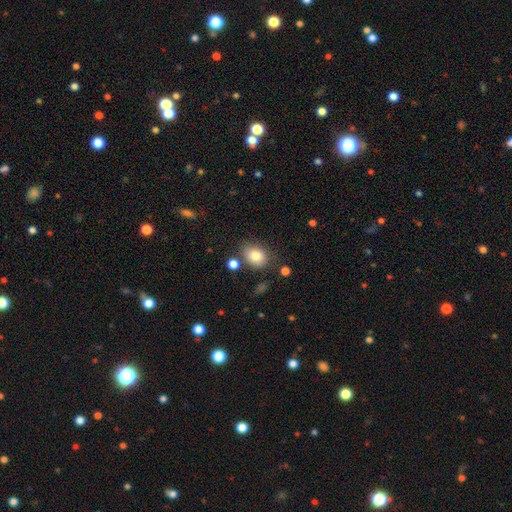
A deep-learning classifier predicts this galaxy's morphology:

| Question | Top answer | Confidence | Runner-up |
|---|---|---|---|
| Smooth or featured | smooth | 82% | star or artifact (9%) |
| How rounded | in between | 62% | round (37%) |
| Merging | none | 72% | minor disturbance (16%) |